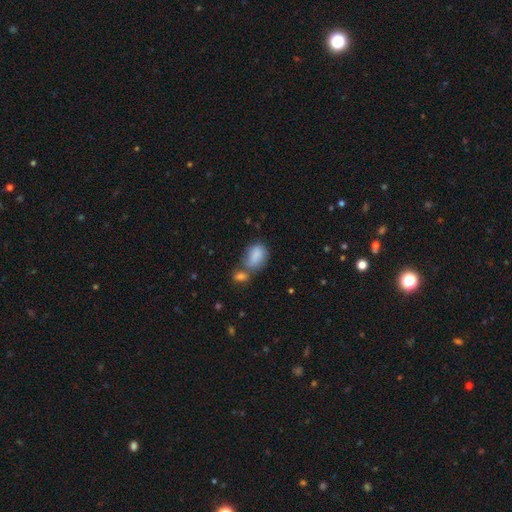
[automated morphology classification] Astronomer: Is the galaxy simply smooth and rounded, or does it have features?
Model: smooth — 84%.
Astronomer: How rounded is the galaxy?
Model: in between — 83%.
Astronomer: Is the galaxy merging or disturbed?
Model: merger — 38% (runner-up: none, 35%).